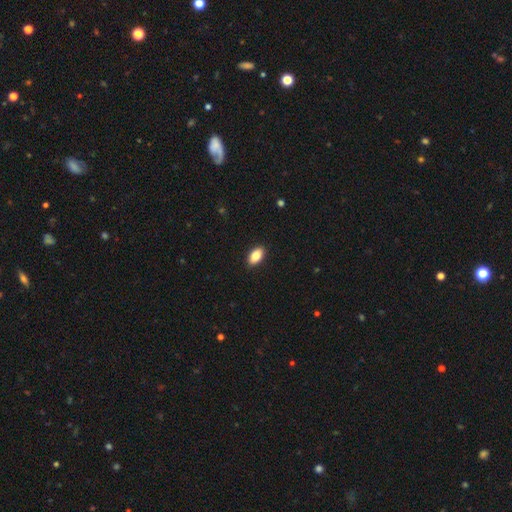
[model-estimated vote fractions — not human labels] The model was most divided on "smooth or featured": smooth: 85%, featured or disk: 8%, star or artifact: 7%. More confident: how rounded — in between (92%); merging — none (90%).